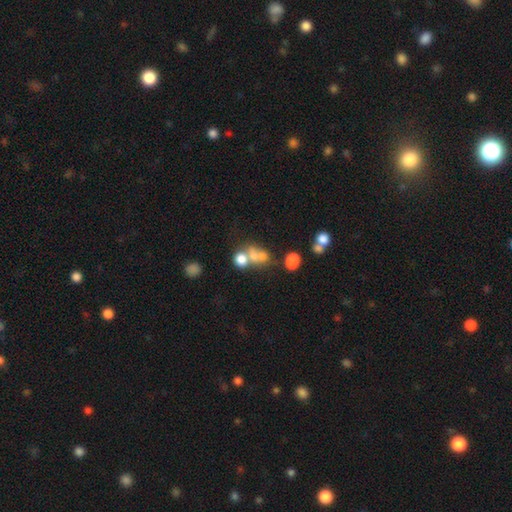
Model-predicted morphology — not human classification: smooth-or-featured: smooth: 63% | featured or disk: 20% | star or artifact: 17%
  how-rounded: round: 59% | in between: 39% | cigar-shaped: 2%
  merging: merger: 54% | none: 29% | minor disturbance: 9% | major disturbance: 8%